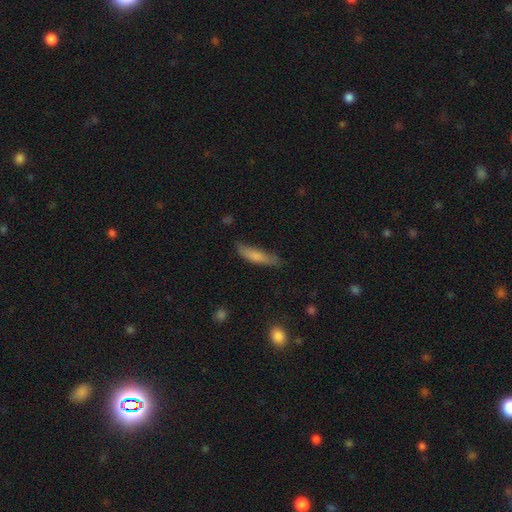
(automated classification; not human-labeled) This is likely a smooth galaxy (76%). How rounded: likely cigar-shaped (73%). Merging: likely none (68%).